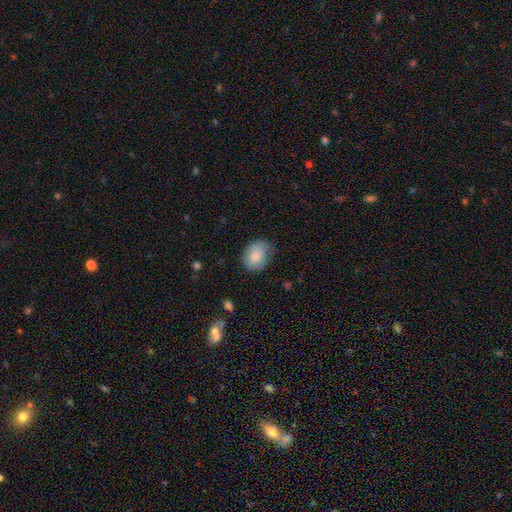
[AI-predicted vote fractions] This appears to be a smooth galaxy with no disk features (83%) that is in between round and cigar-shaped (64%). Merging: none (68%).